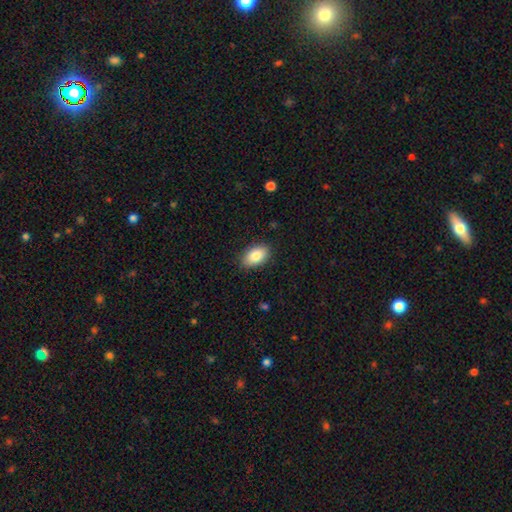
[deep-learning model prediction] Overall: smooth (85%). How rounded: in between (93%). Merging: none (86%).